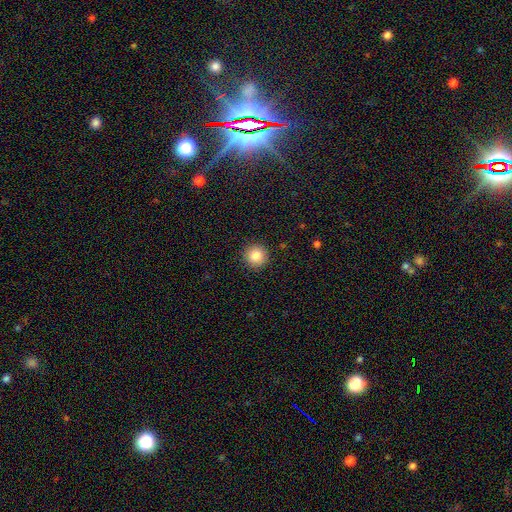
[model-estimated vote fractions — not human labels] Morphology: type=smooth (84%); roundness=round (95%); merging=none (92%).